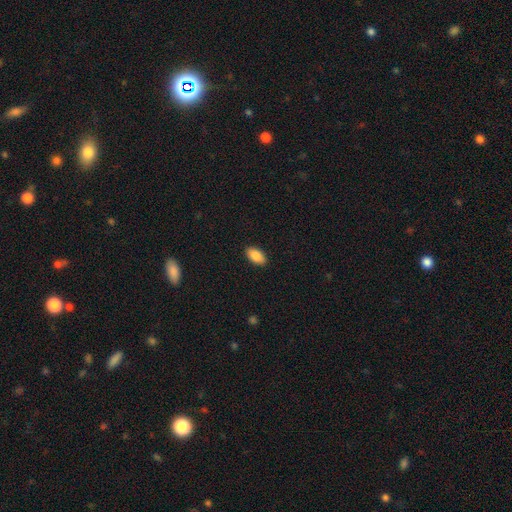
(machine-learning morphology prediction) This appears to be a smooth galaxy with no disk features (87%) that is in between round and cigar-shaped (94%). Merging: none (90%).